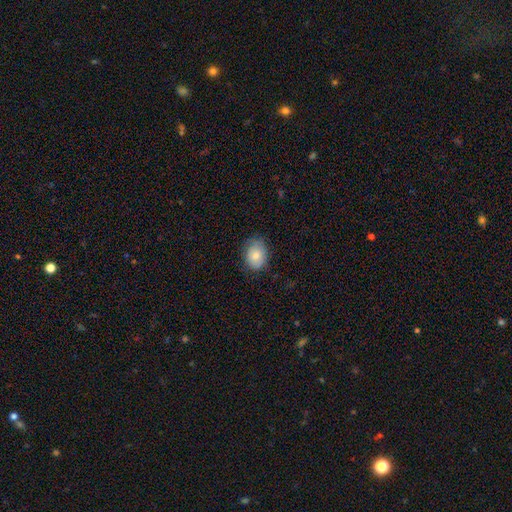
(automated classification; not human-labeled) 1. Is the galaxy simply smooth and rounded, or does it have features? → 77% smooth, 15% featured or disk, 8% star or artifact.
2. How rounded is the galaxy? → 64% in between, 35% round, 1% cigar-shaped.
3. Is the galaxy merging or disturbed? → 75% none, 20% minor disturbance, 4% major disturbance, 1% merger.